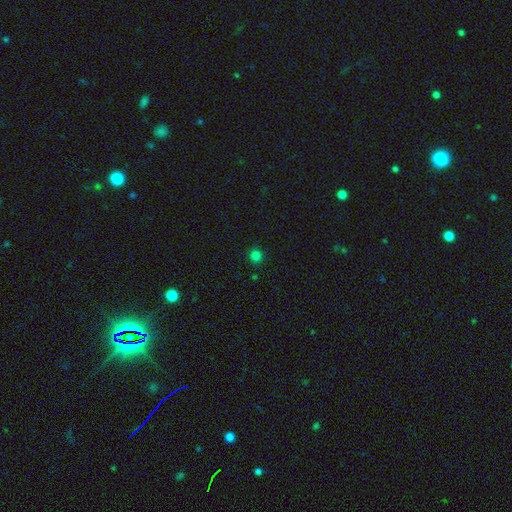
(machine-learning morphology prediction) A smooth galaxy with no disk features (79%) that is round (93%). Merging: none (90%).